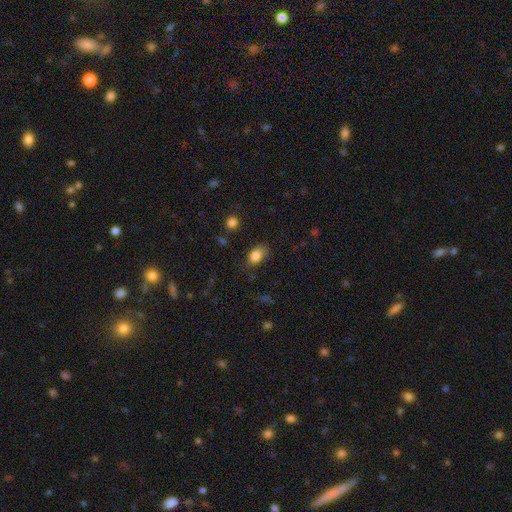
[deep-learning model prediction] Smooth or featured?
  - smooth: 84% *
  - star or artifact: 9%
  - featured or disk: 6%
How rounded?
  - in between: 82% *
  - round: 16%
  - cigar-shaped: 2%
Merging?
  - none: 70% *
  - minor disturbance: 22%
  - major disturbance: 6%
  - merger: 2%